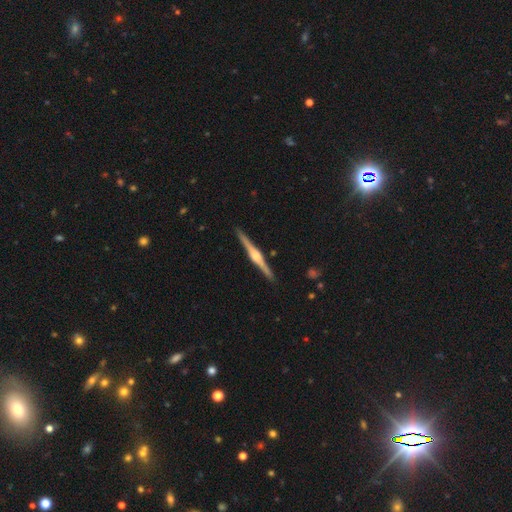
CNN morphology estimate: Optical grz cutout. It shows a featured or disk galaxy (85%) viewed edge-on (99%) with a rounded central bulge (90%). Merging: none (92%).